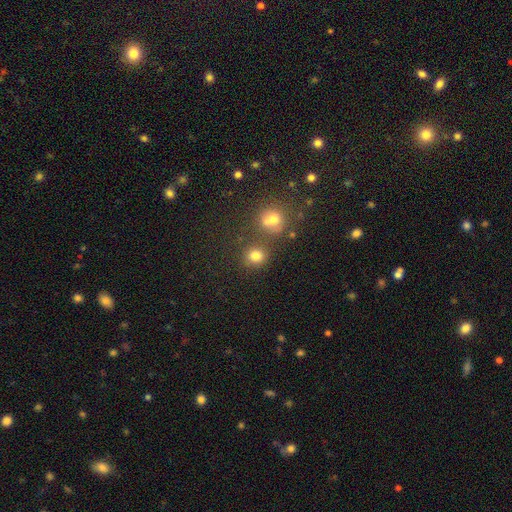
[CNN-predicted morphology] smooth_or_featured: smooth (p=0.77) [alt: star or artifact p=0.16]
how_rounded: round (p=0.82) [alt: in between p=0.17]
merging: none (p=0.72) [alt: merger p=0.15]